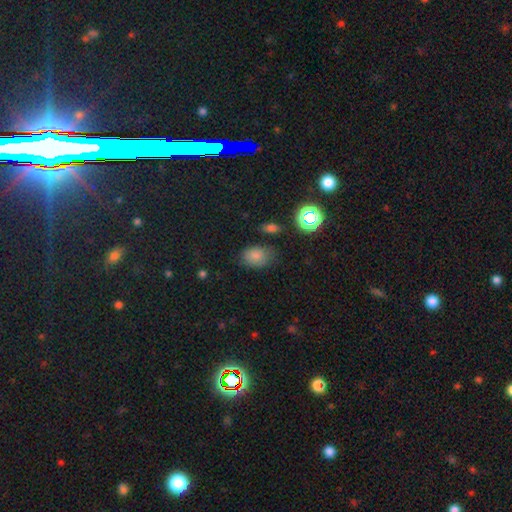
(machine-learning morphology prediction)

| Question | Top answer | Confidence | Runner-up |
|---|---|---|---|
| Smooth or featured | smooth | 78% | star or artifact (14%) |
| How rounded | in between | 78% | round (21%) |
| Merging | none | 69% | minor disturbance (21%) |